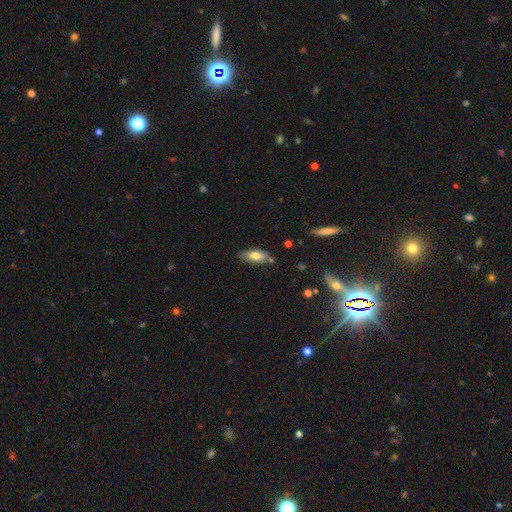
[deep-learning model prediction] This is likely a smooth galaxy (71%). How rounded: likely in between (71%). Merging: likely none (76%).